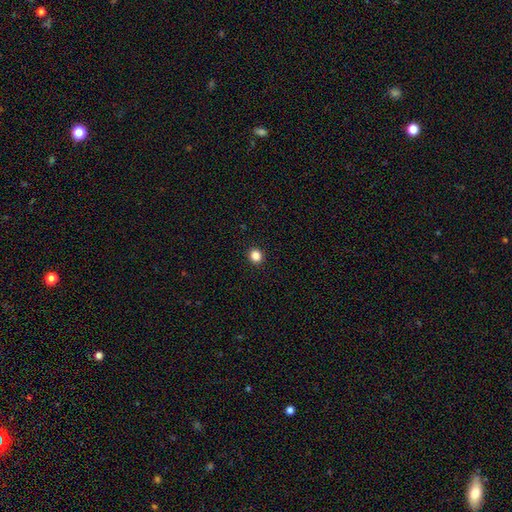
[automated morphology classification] Smooth or featured: smooth — 85% (star or artifact — 12%)
How rounded: round — 85% (in between — 14%)
Merging: none — 93% (minor disturbance — 4%)